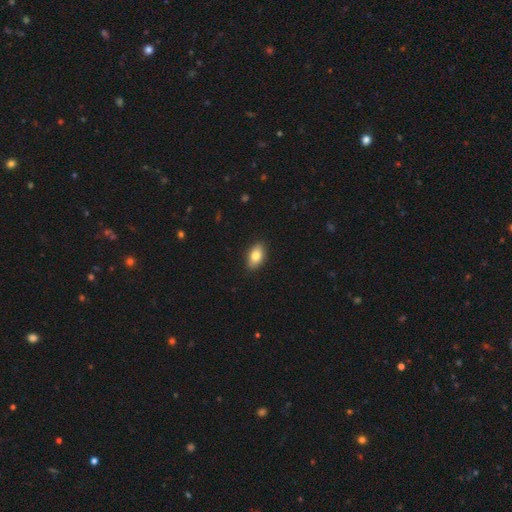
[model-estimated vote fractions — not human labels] Overall: smooth (81%). How rounded: in between (90%). Merging: none (88%).